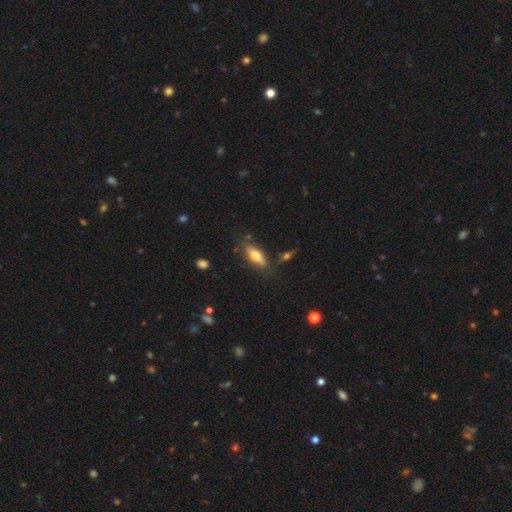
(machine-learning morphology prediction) smooth-or-featured: smooth: 64% | featured or disk: 28% | star or artifact: 7%
  how-rounded: in between: 65% | cigar-shaped: 32% | round: 3%
  merging: none: 77% | minor disturbance: 15% | merger: 5% | major disturbance: 4%